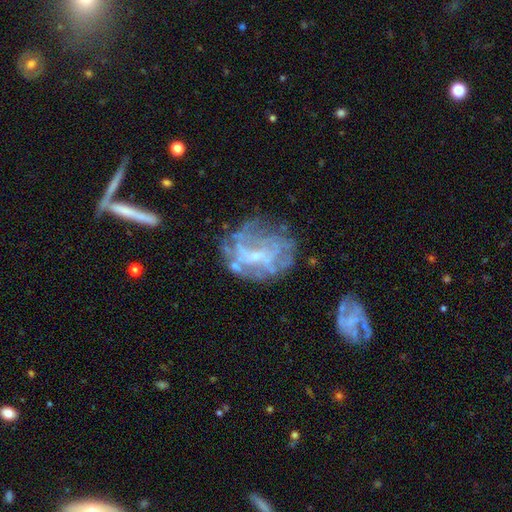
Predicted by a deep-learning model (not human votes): Morphology: type=featured or disk (68%); edge-on=no (97%); bar=no (57%); spiral arms=no (58%); bulge=small (52%); merging=none (51%).